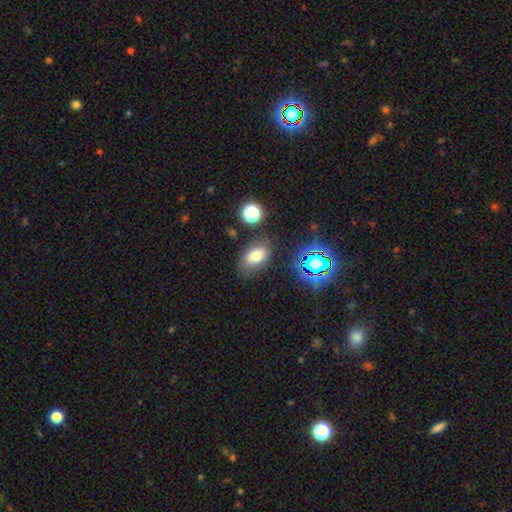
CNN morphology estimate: Q: Smooth or featured?
A: smooth (72%); runner-up: star or artifact (15%)
Q: How rounded?
A: in between (86%); runner-up: round (12%)
Q: Merging?
A: none (75%); runner-up: minor disturbance (15%)